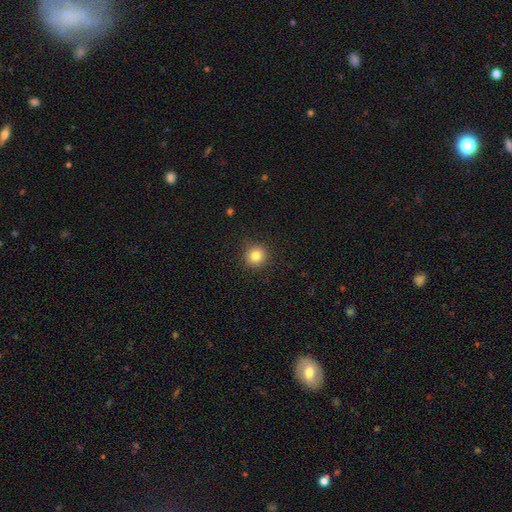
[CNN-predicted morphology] Smooth or featured: smooth — 82% (star or artifact — 12%)
How rounded: round — 93% (in between — 6%)
Merging: none — 90% (minor disturbance — 7%)